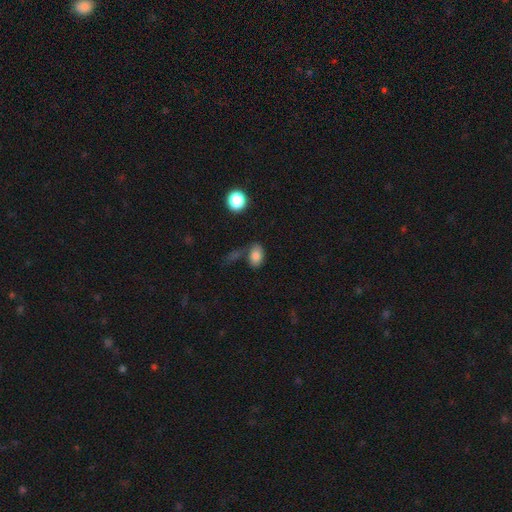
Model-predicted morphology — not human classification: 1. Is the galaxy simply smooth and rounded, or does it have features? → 82% smooth, 10% star or artifact, 8% featured or disk.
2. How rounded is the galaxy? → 84% in between, 15% round, 2% cigar-shaped.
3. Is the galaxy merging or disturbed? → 60% none, 18% minor disturbance, 14% merger, 8% major disturbance.